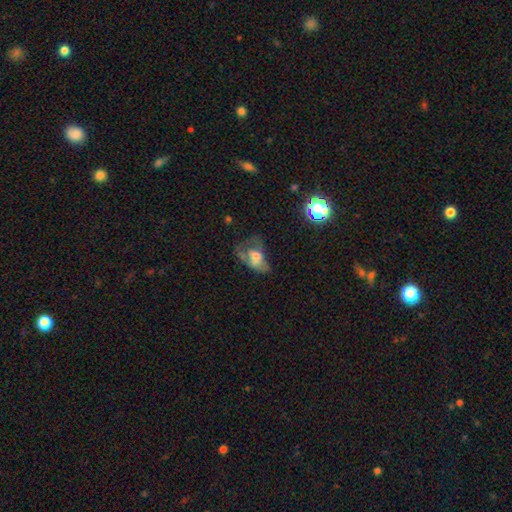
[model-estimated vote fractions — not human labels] smooth 47%, featured or disk 42%, star or artifact 12%. Down the decision tree: merging — major disturbance (48%).